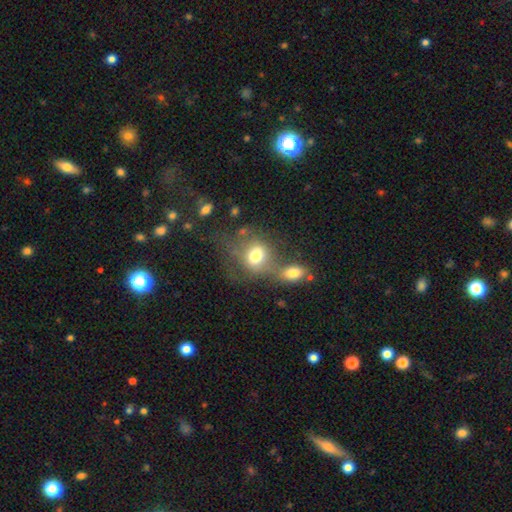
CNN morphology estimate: Overall: smooth (70%). How rounded: round (52%; in between 47%). Merging: merger (46%; none 28%).